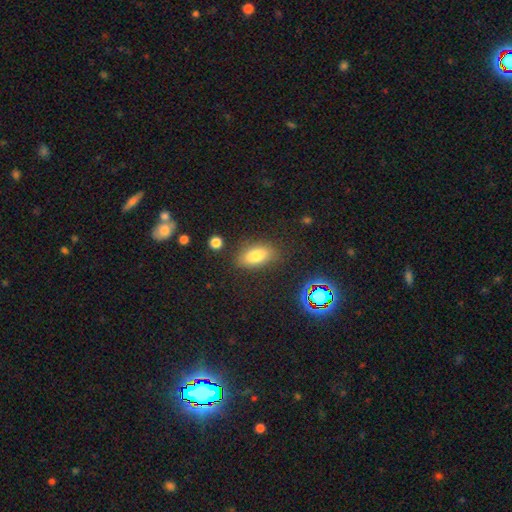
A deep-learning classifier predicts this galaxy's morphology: A smooth galaxy with no disk features (78%) that is in between round and cigar-shaped (86%).

Vote fractions:
- Smooth or featured? smooth: 78% / featured or disk: 11% / star or artifact: 11%
- How rounded? in between: 86% / cigar-shaped: 8% / round: 6%
- Merging? none: 80% / minor disturbance: 13% / major disturbance: 4% / merger: 3%